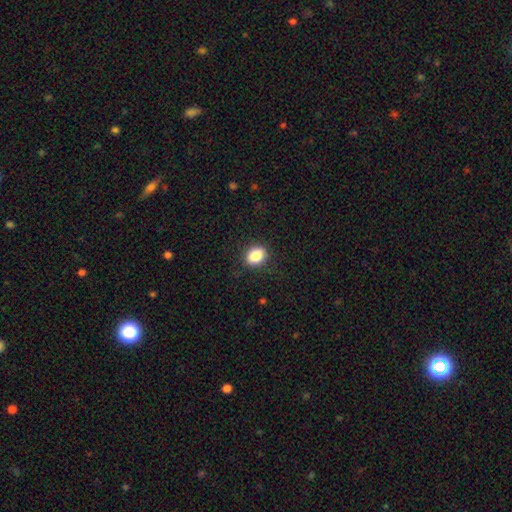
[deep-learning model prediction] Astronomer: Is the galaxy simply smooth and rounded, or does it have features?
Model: smooth — 86%.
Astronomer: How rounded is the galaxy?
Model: in between — 70%.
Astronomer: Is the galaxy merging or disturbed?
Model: none — 87%.